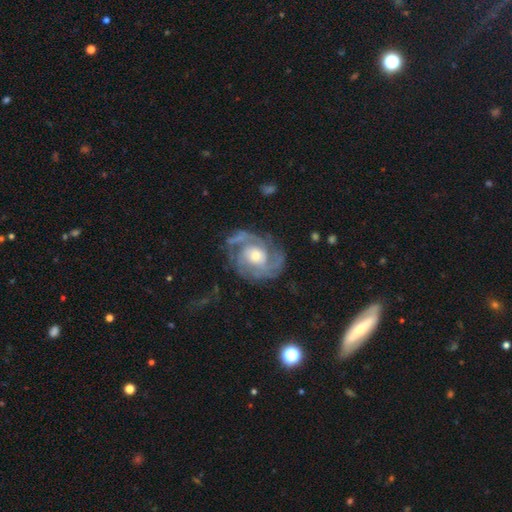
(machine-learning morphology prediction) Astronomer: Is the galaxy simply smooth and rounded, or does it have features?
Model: featured or disk — 90%.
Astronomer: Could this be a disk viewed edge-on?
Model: no — 98%.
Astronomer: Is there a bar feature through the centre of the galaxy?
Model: no — 67%.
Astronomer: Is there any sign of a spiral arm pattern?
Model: yes — 97%.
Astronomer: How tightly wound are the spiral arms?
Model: tight — 53% (runner-up: medium, 38%).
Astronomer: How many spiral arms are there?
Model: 3 — 31% (runner-up: 2, 28%).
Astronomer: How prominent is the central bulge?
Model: moderate — 64%.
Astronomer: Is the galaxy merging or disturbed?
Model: none — 69%.